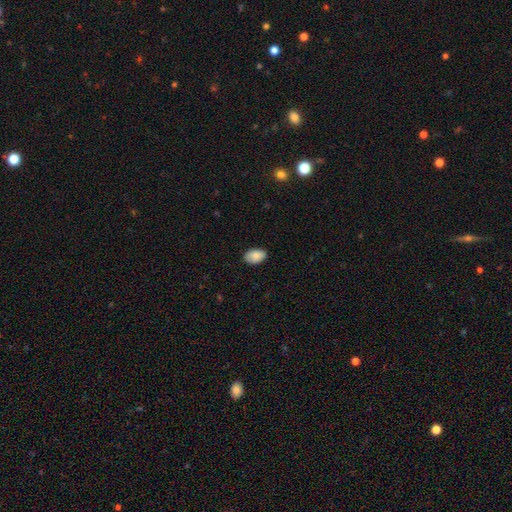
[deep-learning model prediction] This is clearly a smooth galaxy (87%). How rounded: clearly in between (88%). Merging: clearly none (84%).